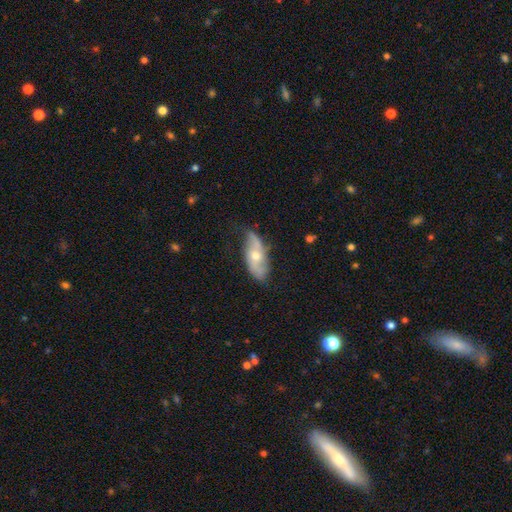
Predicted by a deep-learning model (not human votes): Smooth or featured?
  - featured or disk: 63% *
  - smooth: 30%
  - star or artifact: 7%
Edge-on disk?
  - no: 85% *
  - yes: 15%
Bar?
  - no: 72% *
  - weak: 21%
  - strong: 7%
Spiral arms?
  - yes: 80% *
  - no: 20%
Bulge size?
  - moderate: 55% *
  - small: 41%
  - large: 2%
  - none: 1%
  - dominant: 1%
Merging?
  - none: 60% *
  - minor disturbance: 29%
  - major disturbance: 9%
  - merger: 2%